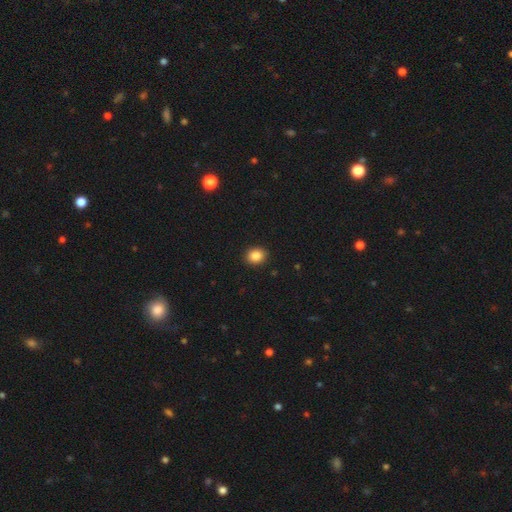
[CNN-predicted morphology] smooth_or_featured: smooth (p=0.86) [alt: star or artifact p=0.10]
how_rounded: round (p=0.61) [alt: in between p=0.38]
merging: none (p=0.91) [alt: minor disturbance p=0.06]